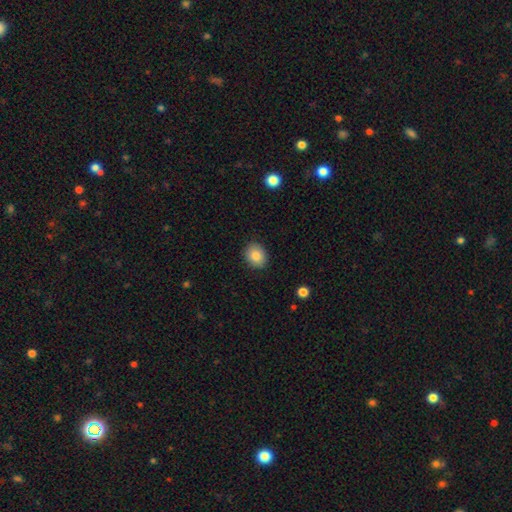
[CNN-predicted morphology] A smooth galaxy with no disk features (85%) that is round (53%).

Vote fractions:
- Smooth or featured? smooth: 85% / star or artifact: 8% / featured or disk: 7%
- How rounded? round: 53% / in between: 46% / cigar-shaped: 1%
- Merging? none: 88% / minor disturbance: 9% / major disturbance: 2% / merger: 1%